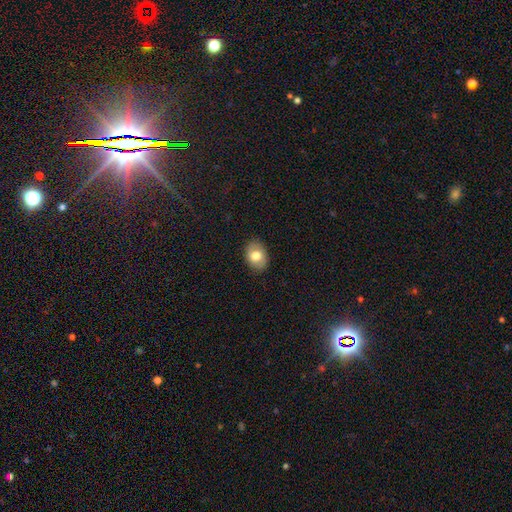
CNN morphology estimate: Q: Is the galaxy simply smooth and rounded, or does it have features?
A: smooth — 76%.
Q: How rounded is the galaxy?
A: in between — 72%.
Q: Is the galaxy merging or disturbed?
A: none — 87%.